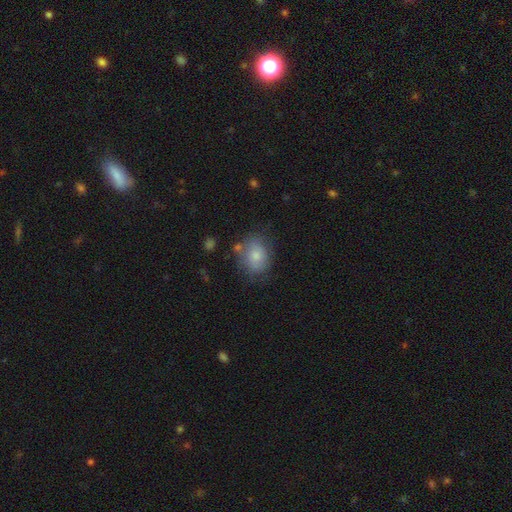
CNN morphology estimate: Smooth or featured? Predicted: smooth (p=0.76). How rounded? Predicted: round (p=0.51). Merging? Predicted: none (p=0.65).